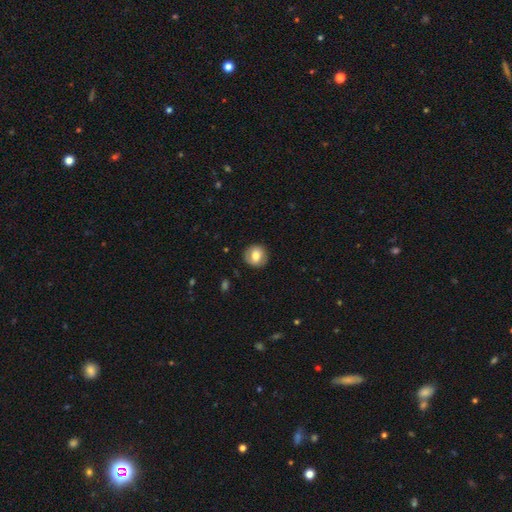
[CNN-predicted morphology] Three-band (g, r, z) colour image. It shows a smooth galaxy with no disk features (73%) that is round (86%). Merging: none (86%).